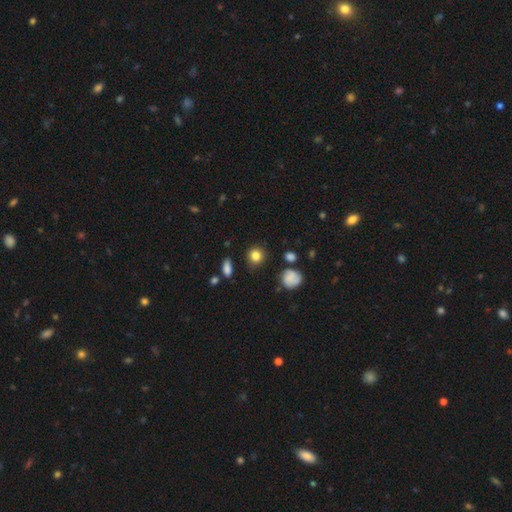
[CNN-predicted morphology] Smooth or featured?
  - smooth: 83% *
  - star or artifact: 11%
  - featured or disk: 6%
How rounded?
  - round: 86% *
  - in between: 12%
  - cigar-shaped: 1%
Merging?
  - none: 83% *
  - minor disturbance: 11%
  - major disturbance: 3%
  - merger: 3%